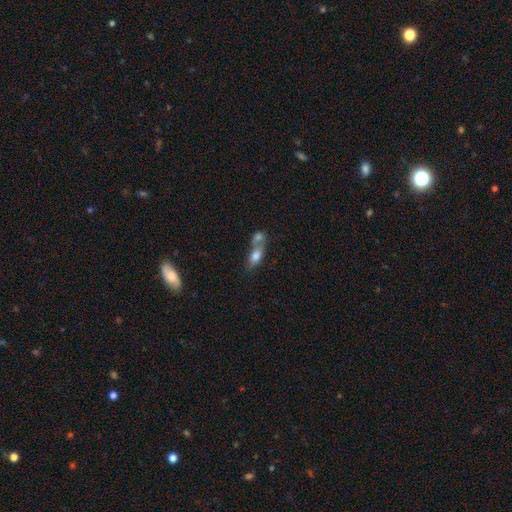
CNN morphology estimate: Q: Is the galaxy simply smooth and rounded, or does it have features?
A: smooth — 73%.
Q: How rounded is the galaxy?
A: in between — 72%.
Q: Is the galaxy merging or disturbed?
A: merger — 69%.